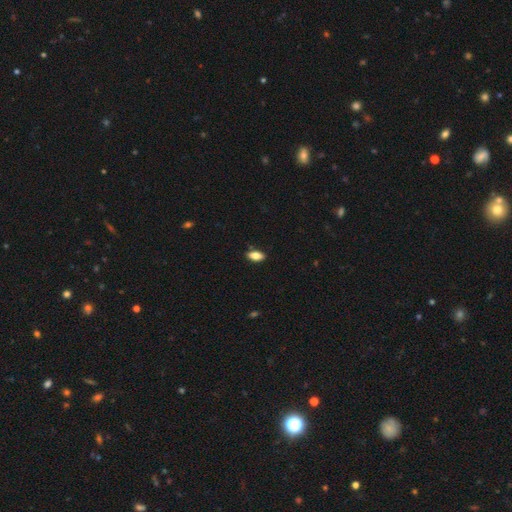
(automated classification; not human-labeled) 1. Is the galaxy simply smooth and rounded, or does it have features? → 78% smooth, 14% featured or disk, 8% star or artifact.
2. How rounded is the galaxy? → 87% in between, 9% cigar-shaped, 4% round.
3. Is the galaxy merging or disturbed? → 85% none, 11% minor disturbance, 2% major disturbance, 2% merger.